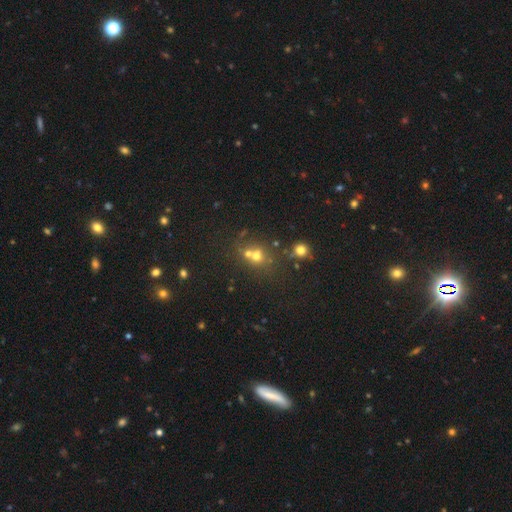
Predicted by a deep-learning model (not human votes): This appears to be a smooth galaxy with no disk features (57%) that is round (77%). Merging: none (46%).